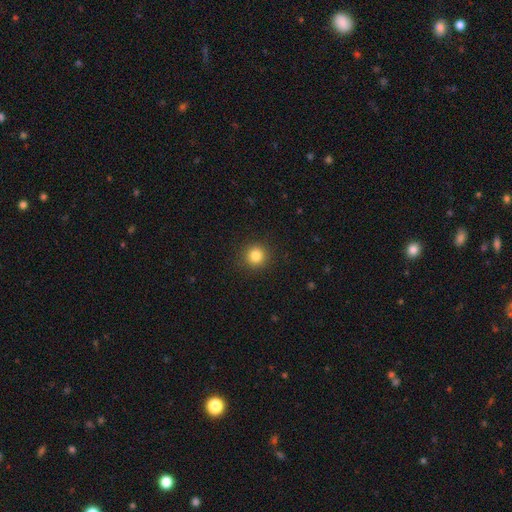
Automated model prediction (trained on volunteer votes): This appears to be a smooth galaxy with no disk features (83%) that is round (94%). Merging: none (92%).